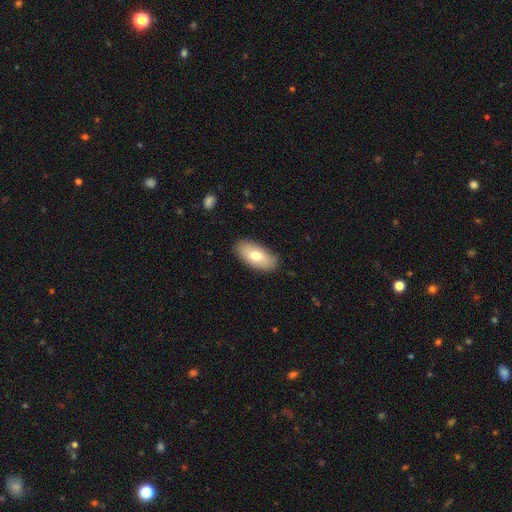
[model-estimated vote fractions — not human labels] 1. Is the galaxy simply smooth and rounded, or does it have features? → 71% smooth, 22% featured or disk, 6% star or artifact.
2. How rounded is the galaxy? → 92% in between, 5% cigar-shaped, 3% round.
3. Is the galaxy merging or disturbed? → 86% none, 11% minor disturbance, 2% major disturbance, 1% merger.